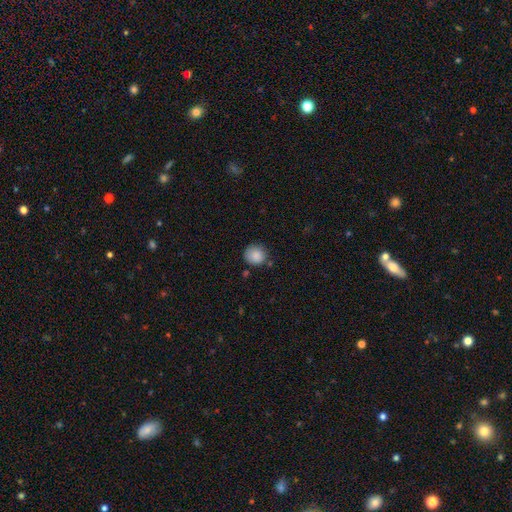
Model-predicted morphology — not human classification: type=smooth (86%); roundness=round (87%); merging=none (72%).